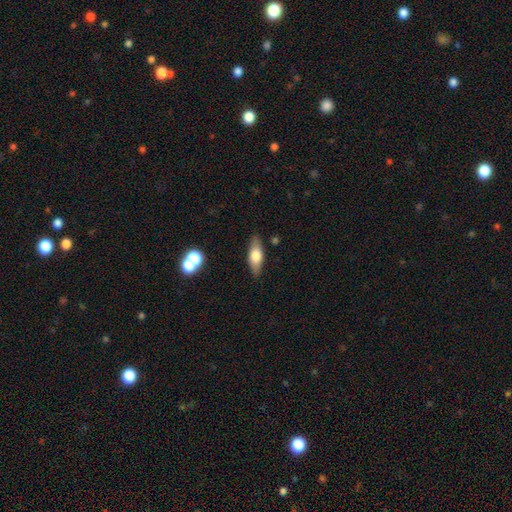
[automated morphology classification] A smooth galaxy with no disk features (63%) that is in between round and cigar-shaped (65%). Merging: none (84%).